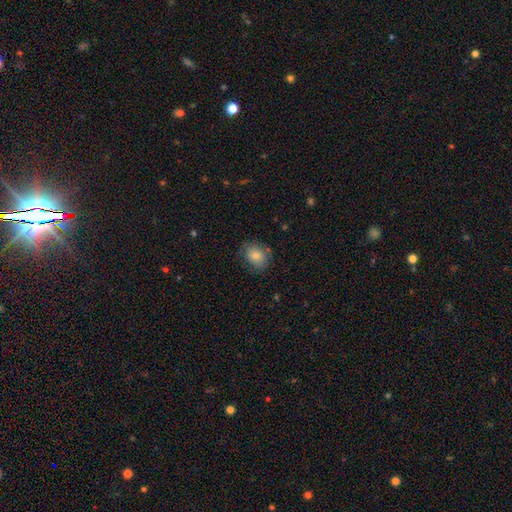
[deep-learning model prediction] A smooth galaxy with no disk features (81%) that is round (55%).

Vote fractions:
- Smooth or featured? smooth: 81% / featured or disk: 11% / star or artifact: 8%
- How rounded? round: 55% / in between: 44% / cigar-shaped: 1%
- Merging? none: 75% / minor disturbance: 18% / major disturbance: 5% / merger: 2%